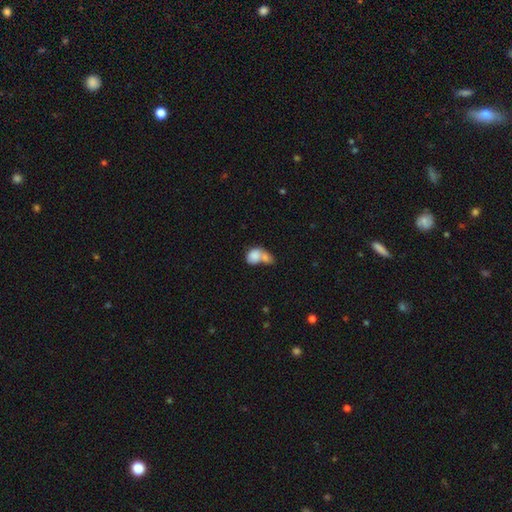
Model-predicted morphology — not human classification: This is likely a smooth galaxy (79%). How rounded: likely in between (64%). Merging: likely merger (69%).